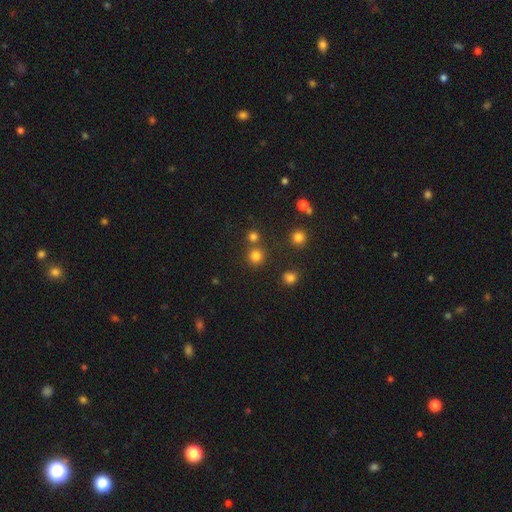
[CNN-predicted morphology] This appears to be a smooth galaxy with no disk features (77%) that is round (93%). Merging: none (75%).